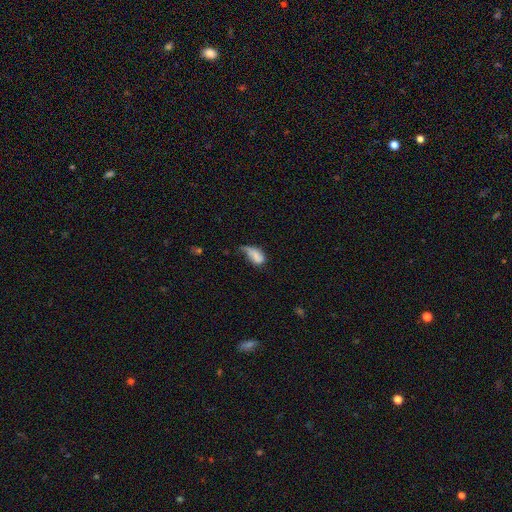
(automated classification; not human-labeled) The model was most divided on "merging" (2-way tie): minor disturbance: 36%, major disturbance: 36%, none: 21%, merger: 6%. More confident: how rounded — in between (89%); smooth or featured — smooth (66%).